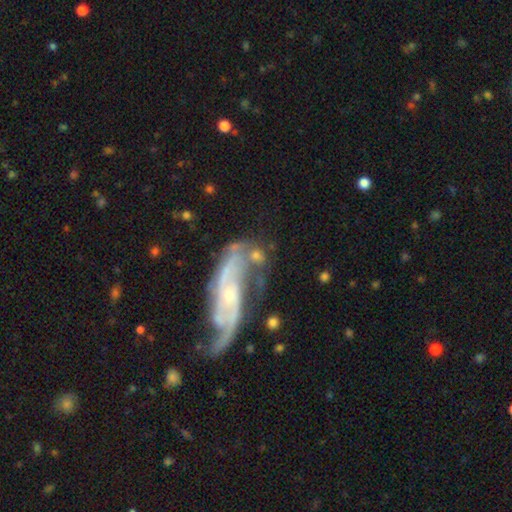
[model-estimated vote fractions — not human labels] This is clearly a featured or disk galaxy (83%). It is clearly not viewed edge-on (87%). Bar: possibly no (50%). Spiral arm pattern: clearly yes (95%). Spiral arm count: likely 2 (66%). Spiral winding: marginally medium (44%). Central bulge: likely small (64%). Merging: possibly none (55%).